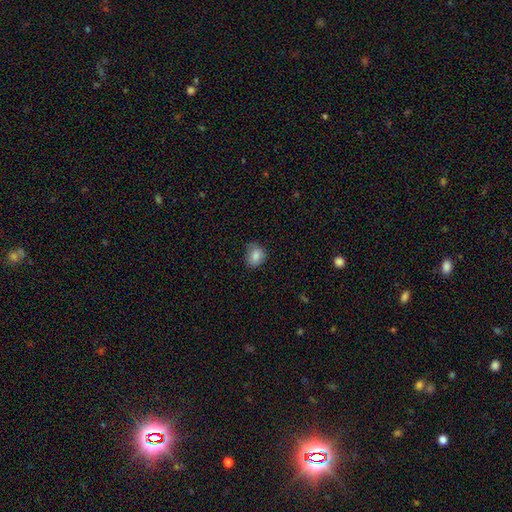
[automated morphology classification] smooth-or-featured: smooth: 83% | star or artifact: 9% | featured or disk: 8%
  how-rounded: round: 53% | in between: 46% | cigar-shaped: 1%
  merging: none: 71% | minor disturbance: 23% | major disturbance: 5% | merger: 1%